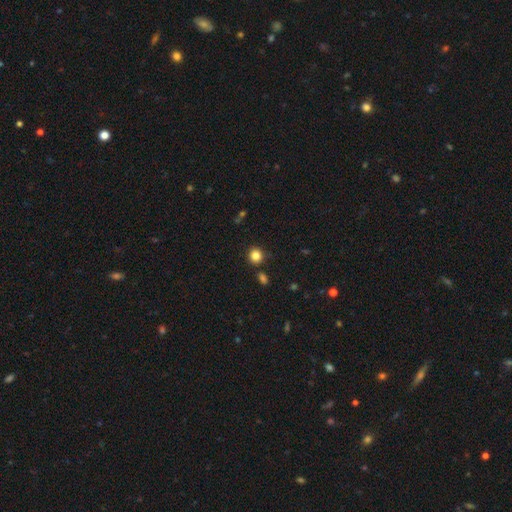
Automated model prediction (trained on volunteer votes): Morphology: type=smooth (84%); roundness=round (88%); merging=none (86%).